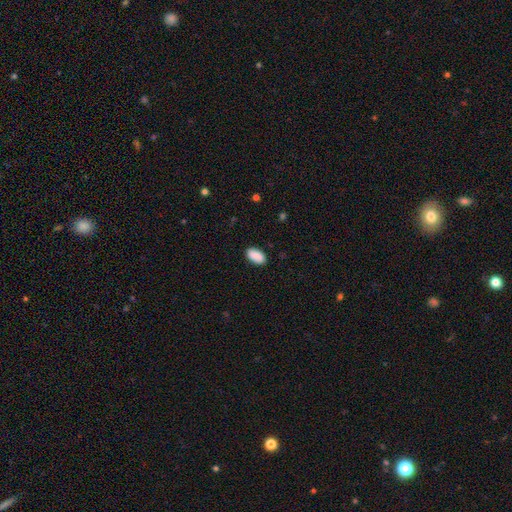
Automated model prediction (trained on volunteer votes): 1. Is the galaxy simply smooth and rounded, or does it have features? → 90% smooth, 7% star or artifact, 3% featured or disk.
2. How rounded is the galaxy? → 95% in between, 3% round, 2% cigar-shaped.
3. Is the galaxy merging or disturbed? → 88% none, 9% minor disturbance, 2% major disturbance, 1% merger.